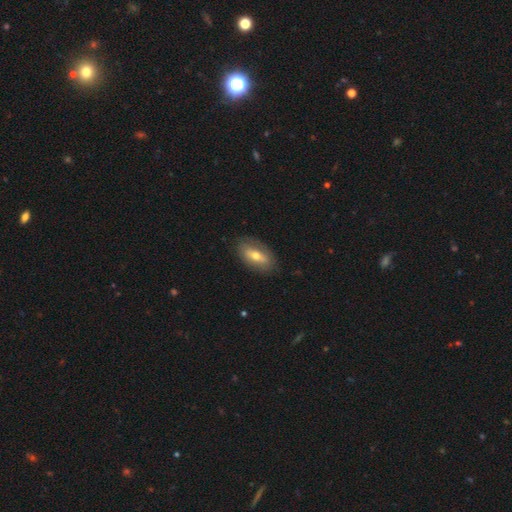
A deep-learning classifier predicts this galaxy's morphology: Overall: smooth (53%; featured or disk 40%). How rounded: in between (86%). Merging: none (81%).